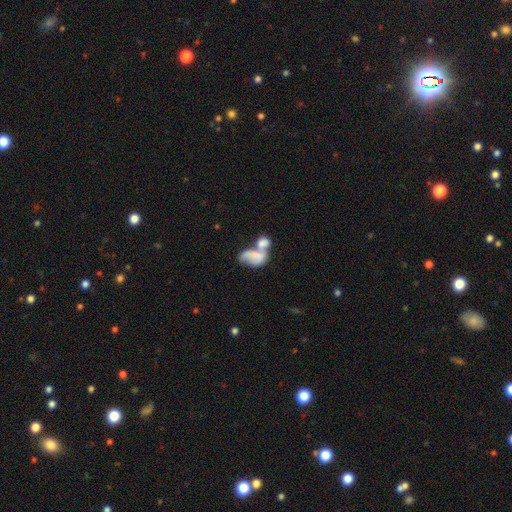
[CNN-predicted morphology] This appears to be a smooth galaxy with no disk features (61%) that is in between round and cigar-shaped (87%). Merging: merger (70%).